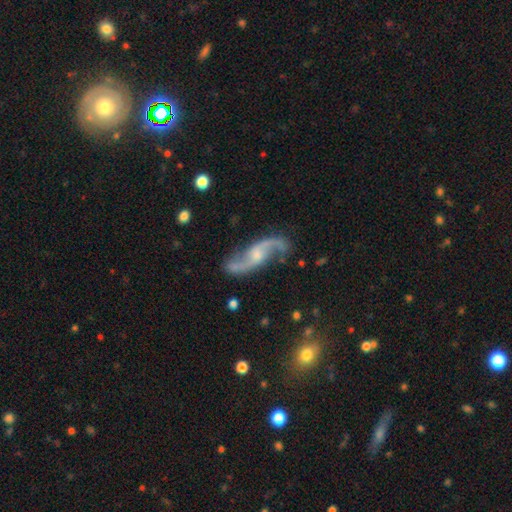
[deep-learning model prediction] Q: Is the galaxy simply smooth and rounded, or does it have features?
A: featured or disk — 90%.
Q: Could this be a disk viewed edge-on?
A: no — 95%.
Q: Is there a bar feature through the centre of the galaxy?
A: no — 51%.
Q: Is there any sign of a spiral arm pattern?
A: yes — 97%.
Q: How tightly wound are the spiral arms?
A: loose — 76%.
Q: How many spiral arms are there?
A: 2 — 94%.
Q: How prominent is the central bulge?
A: small — 44%.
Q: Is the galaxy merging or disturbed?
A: none — 77%.